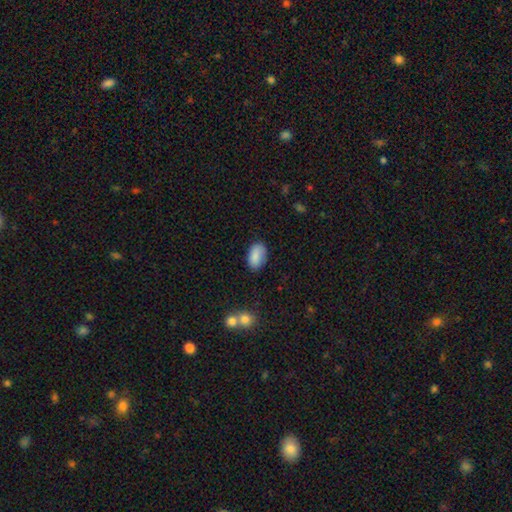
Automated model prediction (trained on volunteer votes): Q: Smooth or featured?
A: smooth (87%); runner-up: star or artifact (7%)
Q: How rounded?
A: in between (93%); runner-up: round (6%)
Q: Merging?
A: none (78%); runner-up: minor disturbance (17%)